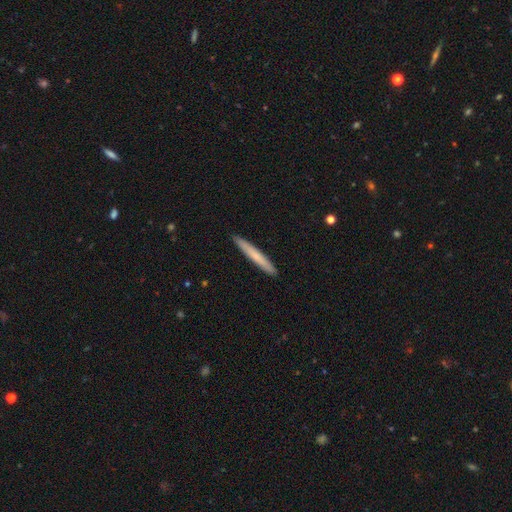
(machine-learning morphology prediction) Smooth or featured? Predicted: smooth (p=0.65). How rounded? Predicted: cigar-shaped (p=0.96). Merging? Predicted: none (p=0.92).